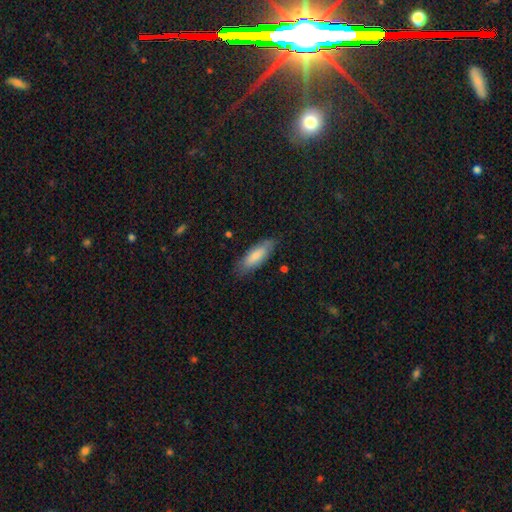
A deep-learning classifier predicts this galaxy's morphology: A smooth galaxy with no disk features (80%) that is in between round and cigar-shaped (62%).

Vote fractions:
- Smooth or featured? smooth: 80% / featured or disk: 15% / star or artifact: 6%
- How rounded? in between: 62% / cigar-shaped: 37% / round: 2%
- Merging? none: 79% / minor disturbance: 17% / major disturbance: 3% / merger: 1%